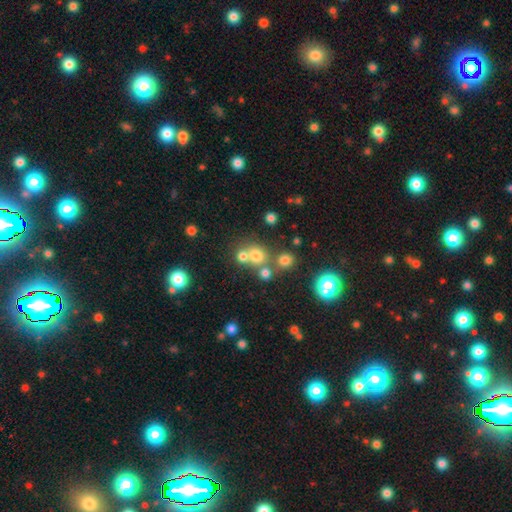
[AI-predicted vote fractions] smooth-or-featured: smooth: 69% | star or artifact: 20% | featured or disk: 11%
  how-rounded: round: 84% | in between: 15% | cigar-shaped: 1%
  merging: none: 55% | merger: 33% | minor disturbance: 8% | major disturbance: 4%